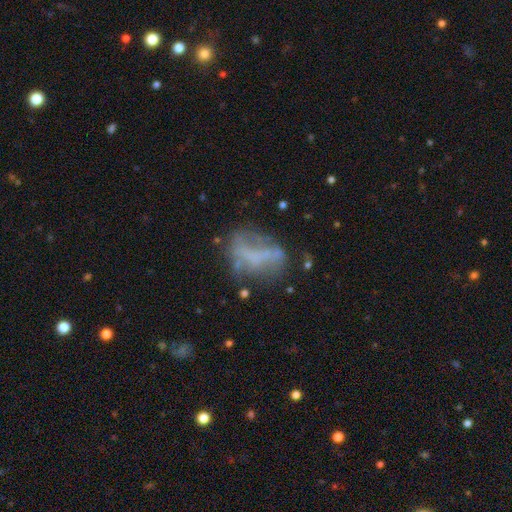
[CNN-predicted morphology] featured or disk 50%, smooth 34%, star or artifact 15%. Down the decision tree: edge-on disk — no (91%); merging — none (44%).